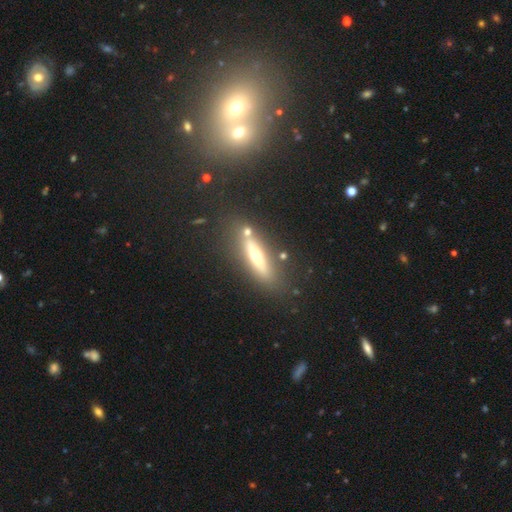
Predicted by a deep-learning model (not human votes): The model was most divided on "smooth or featured": featured or disk: 54%, smooth: 35%, star or artifact: 11%. More confident: edge-on disk — yes (82%); merging — none (75%).